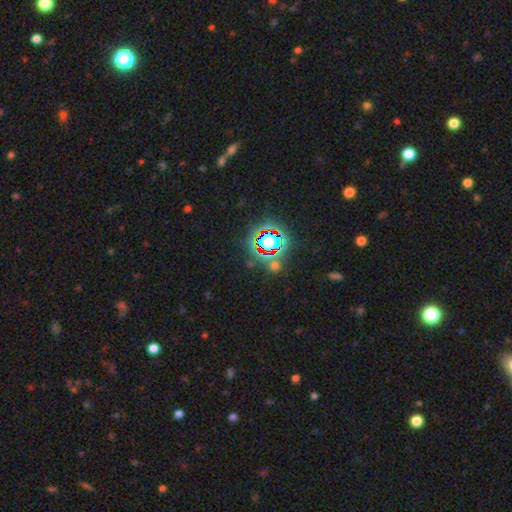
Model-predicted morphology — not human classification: A star or artifact, not a galaxy (81%).

Vote fractions:
- Smooth or featured? star or artifact: 81% / smooth: 11% / featured or disk: 7%